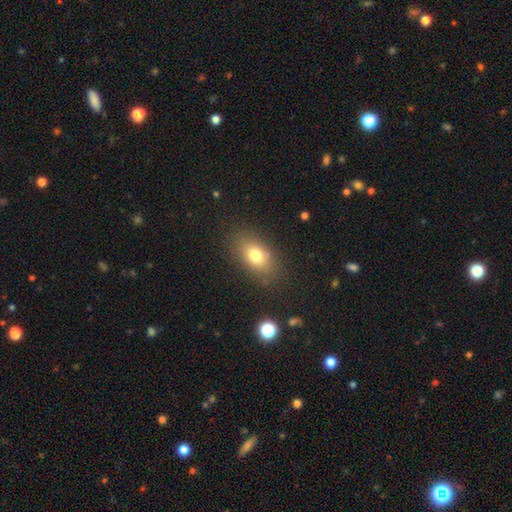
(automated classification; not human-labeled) Q: Smooth or featured?
A: smooth (75%); runner-up: featured or disk (13%)
Q: How rounded?
A: in between (83%); runner-up: round (14%)
Q: Merging?
A: none (84%); runner-up: minor disturbance (11%)